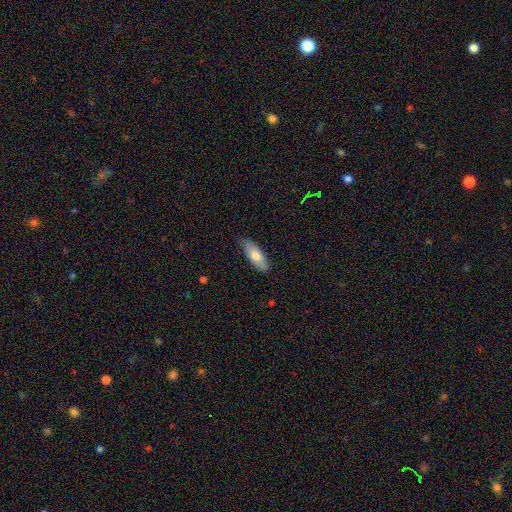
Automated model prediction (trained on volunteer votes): Morphology: type=smooth (72%); roundness=in between (69%); merging=none (83%).